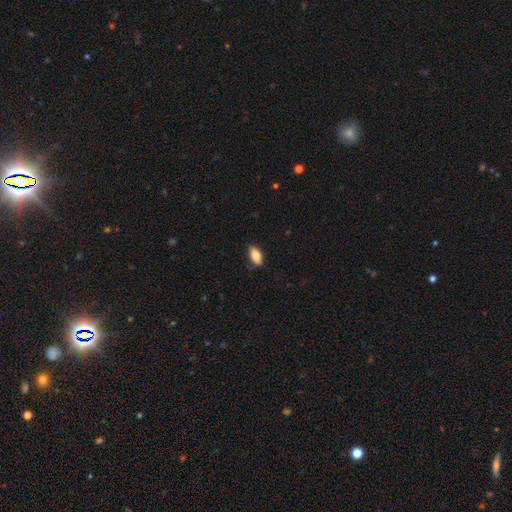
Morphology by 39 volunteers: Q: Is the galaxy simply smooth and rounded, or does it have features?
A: smooth — 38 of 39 (97%).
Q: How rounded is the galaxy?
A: in between — 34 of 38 (89%).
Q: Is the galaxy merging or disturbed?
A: none — 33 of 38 (87%).